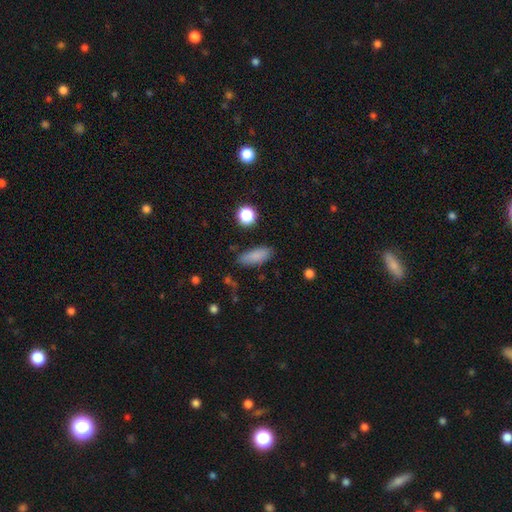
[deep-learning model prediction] The model was most divided on "how rounded": in between: 73%, cigar-shaped: 23%, round: 4%. More confident: smooth or featured — smooth (84%); merging — none (81%).